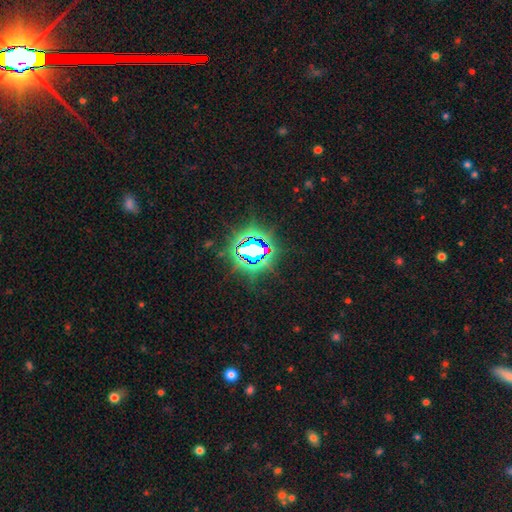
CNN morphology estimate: A star or artifact, not a galaxy (83%).